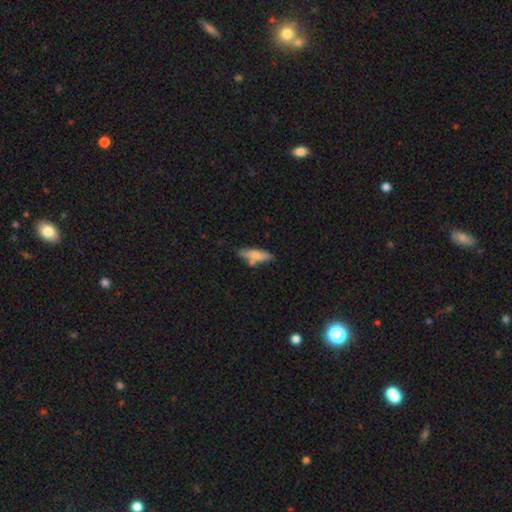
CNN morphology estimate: This is likely a smooth galaxy (75%). How rounded: possibly cigar-shaped (59%). Merging: likely none (67%).